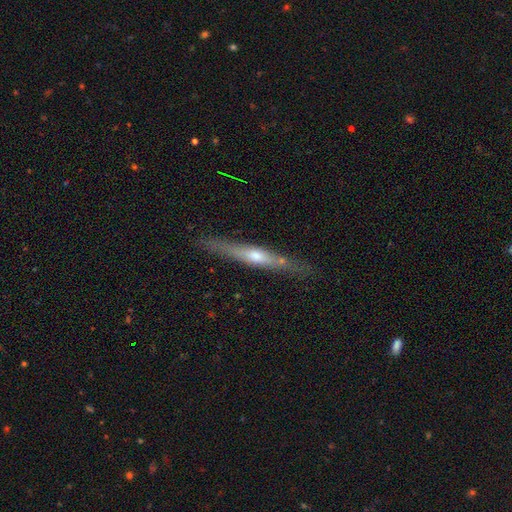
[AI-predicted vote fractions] The model was most divided on "smooth or featured": featured or disk: 64%, smooth: 29%, star or artifact: 6%. More confident: edge-on disk — yes (94%); merging — none (83%); edge-on bulge — rounded (75%).